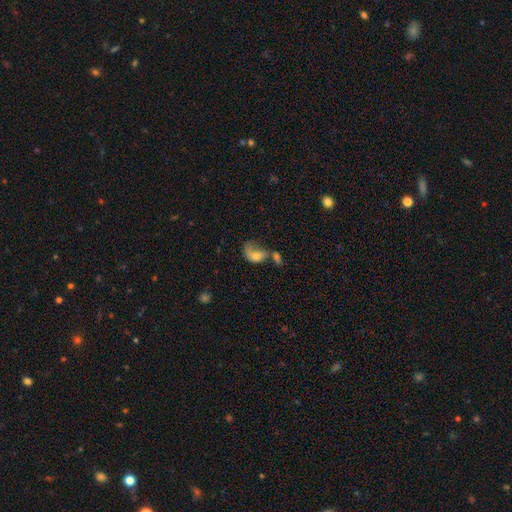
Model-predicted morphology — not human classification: smooth-or-featured: smooth: 53% | featured or disk: 37% | star or artifact: 10%
  how-rounded: in between: 80% | round: 18% | cigar-shaped: 3%
  merging: major disturbance: 35% | merger: 31% | none: 18% | minor disturbance: 15%